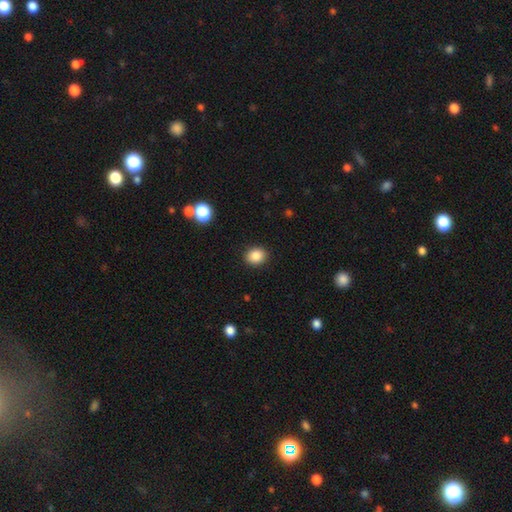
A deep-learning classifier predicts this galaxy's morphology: Smooth or featured: smooth — 86% (star or artifact — 10%)
How rounded: round — 58% (in between — 41%)
Merging: none — 90% (minor disturbance — 7%)